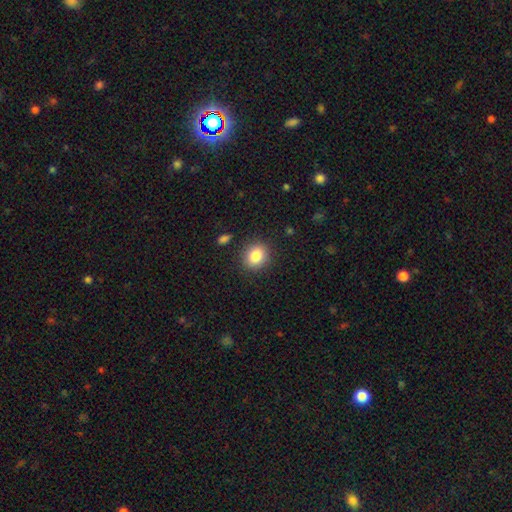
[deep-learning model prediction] This is clearly a smooth galaxy (84%). How rounded: likely round (70%). Merging: clearly none (88%).